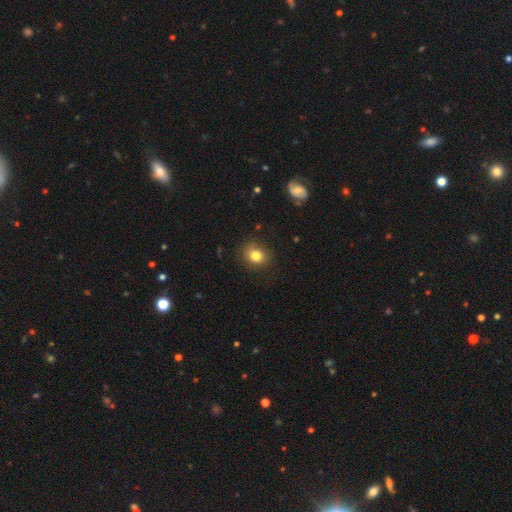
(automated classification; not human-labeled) Morphology: type=smooth (82%); roundness=round (68%); merging=none (80%).